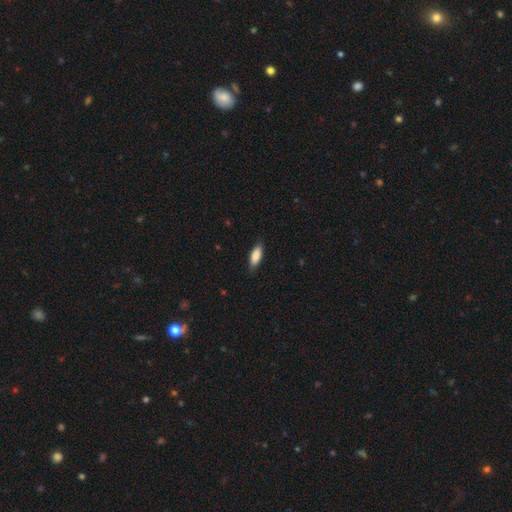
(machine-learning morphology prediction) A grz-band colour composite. It shows a smooth galaxy with no disk features (84%) that is in between round and cigar-shaped (72%). Merging: none (85%).